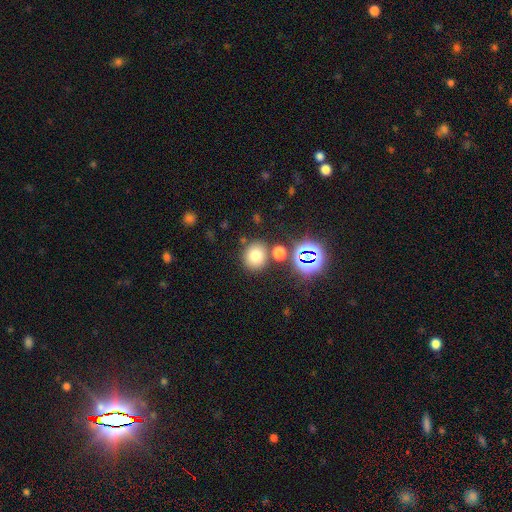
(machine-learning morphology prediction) Smooth or featured?
  - smooth: 73% *
  - star or artifact: 18%
  - featured or disk: 9%
How rounded?
  - round: 84% *
  - in between: 15%
  - cigar-shaped: 1%
Merging?
  - none: 77% *
  - merger: 11%
  - minor disturbance: 9%
  - major disturbance: 3%